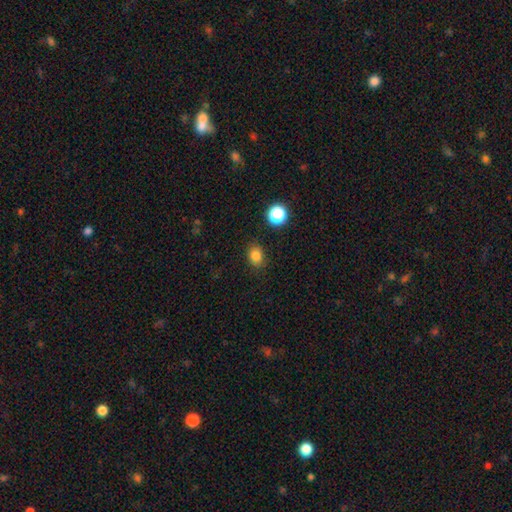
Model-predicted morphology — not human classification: Smooth or featured: smooth — 82% (star or artifact — 13%)
How rounded: in between — 51% (round — 48%)
Merging: none — 85% (minor disturbance — 10%)